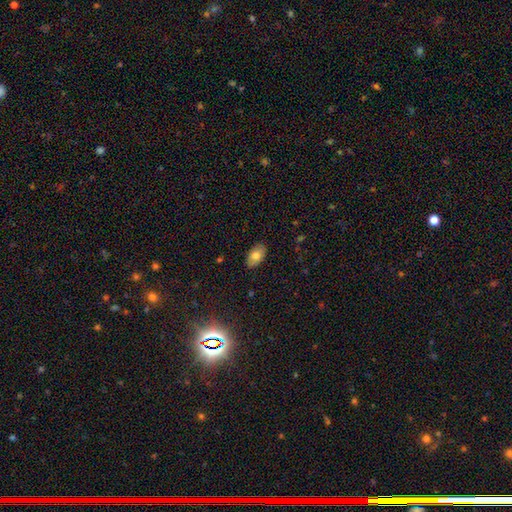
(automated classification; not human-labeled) This appears to be a smooth galaxy with no disk features (75%) that is in between round and cigar-shaped (93%). Merging: none (86%).